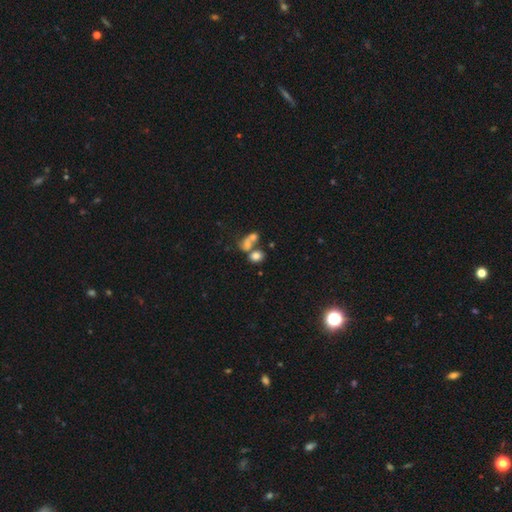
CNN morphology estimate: type=smooth (70%); roundness=in between (55%); merging=merger (53%).